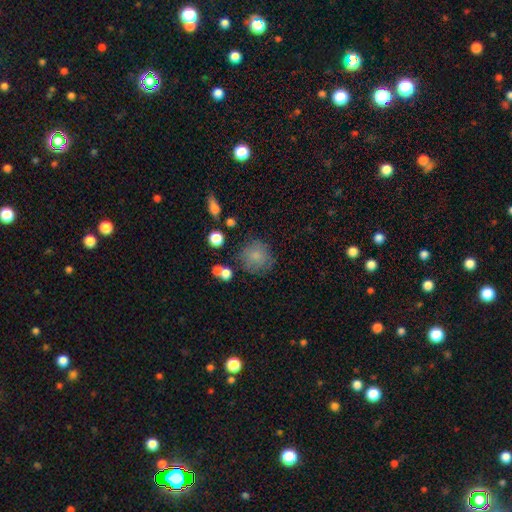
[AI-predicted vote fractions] smooth_or_featured: smooth (p=0.77) [alt: featured or disk p=0.13]
how_rounded: round (p=0.89) [alt: in between p=0.10]
merging: none (p=0.69) [alt: minor disturbance p=0.18]